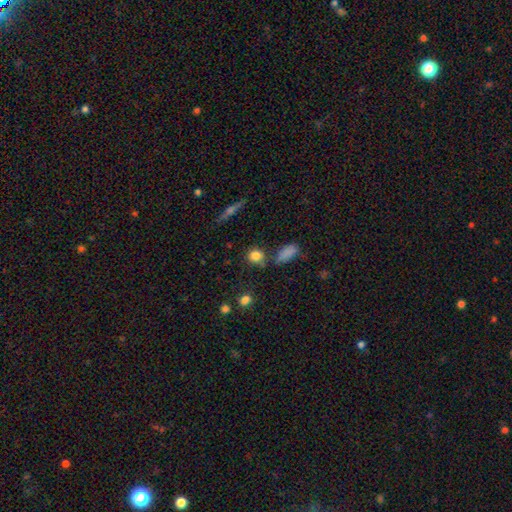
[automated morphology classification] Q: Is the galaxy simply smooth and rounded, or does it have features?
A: smooth — 81%.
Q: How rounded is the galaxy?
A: round — 79%.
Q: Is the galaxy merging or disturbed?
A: none — 72%.